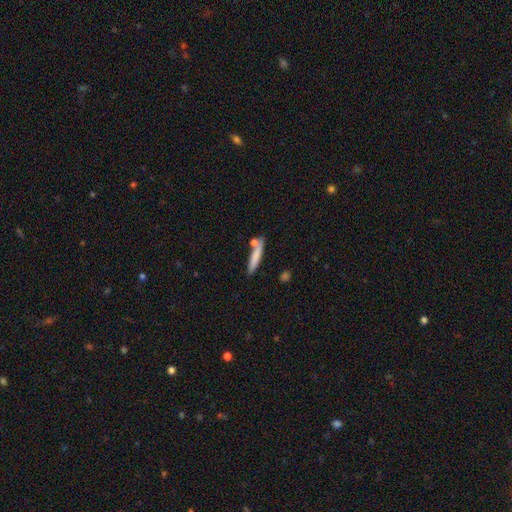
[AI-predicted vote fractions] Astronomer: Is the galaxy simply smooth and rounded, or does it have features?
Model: smooth — 75%.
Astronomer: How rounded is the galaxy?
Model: cigar-shaped — 89%.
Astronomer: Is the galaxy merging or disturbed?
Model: none — 70%.